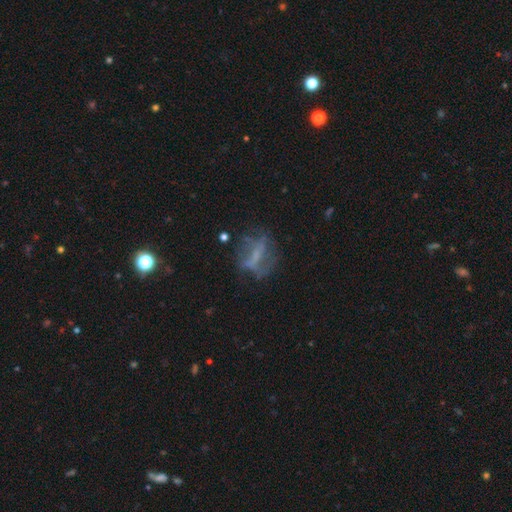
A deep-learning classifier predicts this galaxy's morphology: Smooth or featured?
  - featured or disk: 54% *
  - smooth: 30%
  - star or artifact: 16%
Edge-on disk?
  - no: 85% *
  - yes: 15%
Merging?
  - none: 53% *
  - major disturbance: 23%
  - minor disturbance: 20%
  - merger: 4%